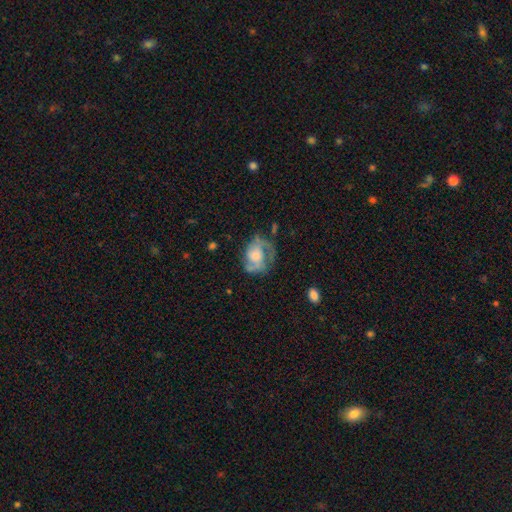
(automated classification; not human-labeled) This appears to be a featured or disk galaxy (65%) with no bar (70%), spiral arms (78%) and a moderate central bulge (44%). Merging: none (50%).